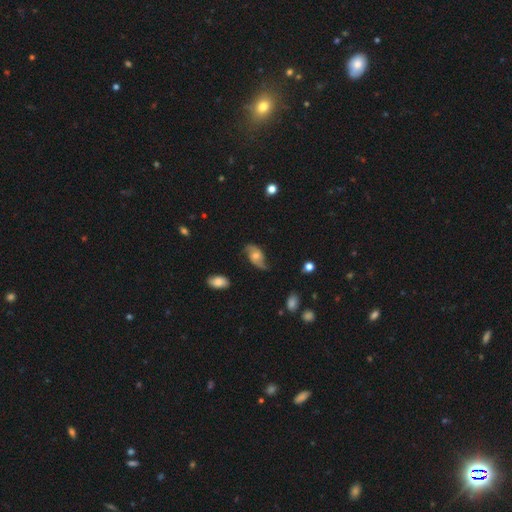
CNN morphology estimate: featured or disk 71%, smooth 22%, star or artifact 7%. Down the decision tree: edge-on disk — no (95%); bar — no (69%); spiral arms — yes (91%); spiral arm count — 2 (89%); spiral winding — loose (58%); bulge size — moderate (61%); merging — none (67%).